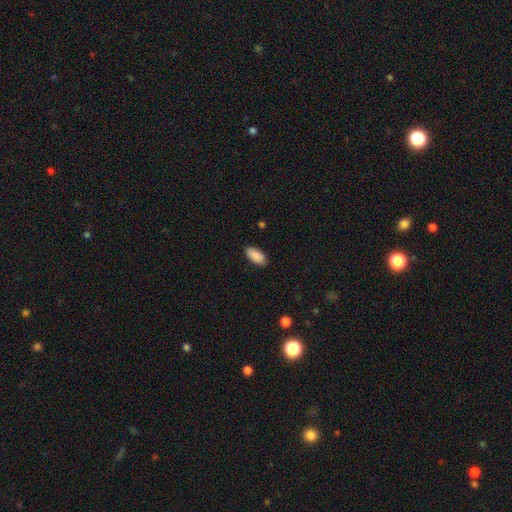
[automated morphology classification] This appears to be a smooth galaxy with no disk features (90%) that is in between round and cigar-shaped (90%). Merging: none (86%).